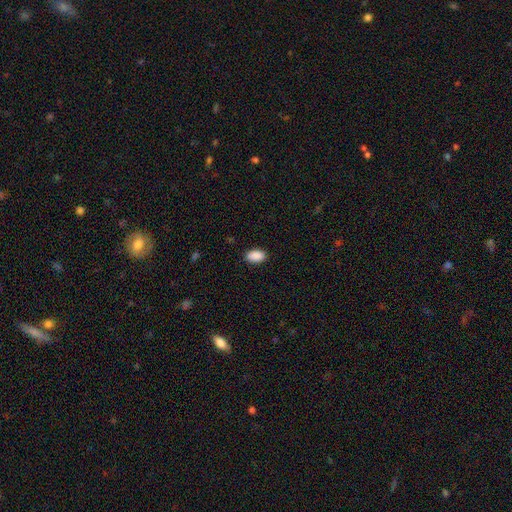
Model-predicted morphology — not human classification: This appears to be a smooth galaxy with no disk features (91%) that is in between round and cigar-shaped (93%). Merging: none (88%).